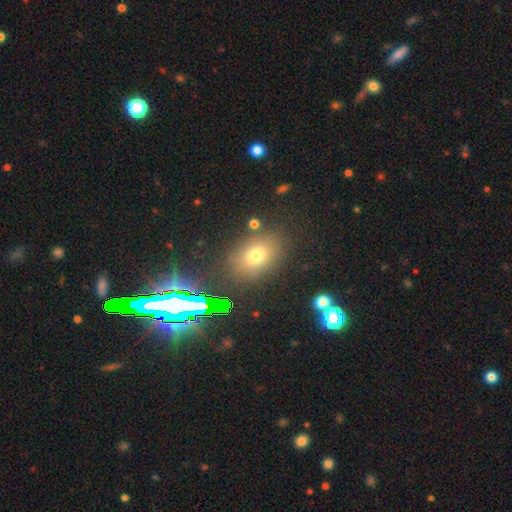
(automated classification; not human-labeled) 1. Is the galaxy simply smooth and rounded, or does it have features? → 69% smooth, 20% star or artifact, 11% featured or disk.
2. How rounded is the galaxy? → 67% in between, 31% round, 2% cigar-shaped.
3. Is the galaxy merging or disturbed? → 80% none, 11% minor disturbance, 4% merger, 4% major disturbance.